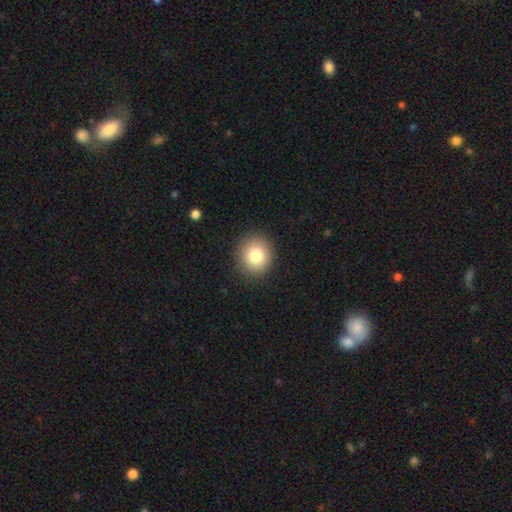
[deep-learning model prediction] smooth_or_featured: smooth (p=0.82) [alt: star or artifact p=0.10]
how_rounded: round (p=0.82) [alt: in between p=0.17]
merging: none (p=0.91) [alt: minor disturbance p=0.06]